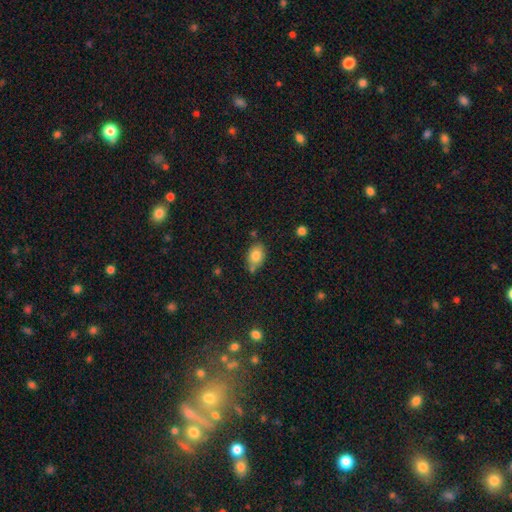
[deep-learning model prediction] A smooth galaxy with no disk features (81%) that is in between round and cigar-shaped (79%).

Vote fractions:
- Smooth or featured? smooth: 81% / featured or disk: 10% / star or artifact: 9%
- How rounded? in between: 79% / round: 20% / cigar-shaped: 1%
- Merging? none: 64% / minor disturbance: 19% / merger: 13% / major disturbance: 4%